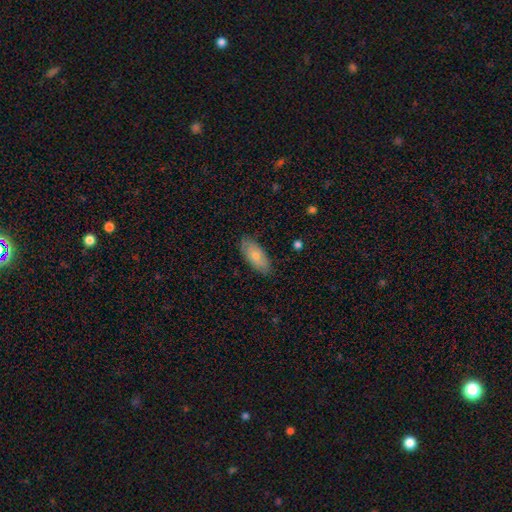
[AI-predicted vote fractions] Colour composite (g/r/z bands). It shows a smooth galaxy with no disk features (77%) that is in between round and cigar-shaped (88%). Merging: none (85%).